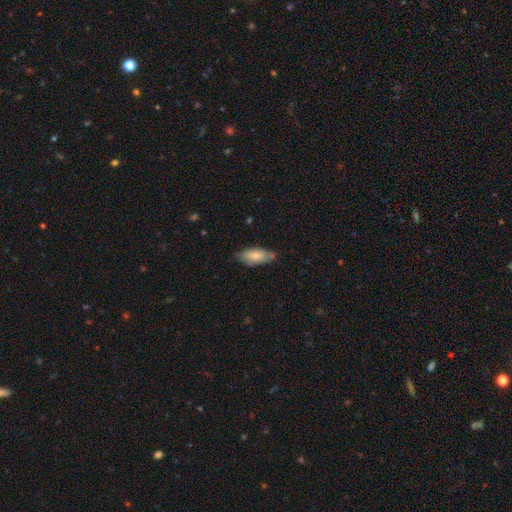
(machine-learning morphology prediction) type=smooth (73%); roundness=in between (79%); merging=none (69%).